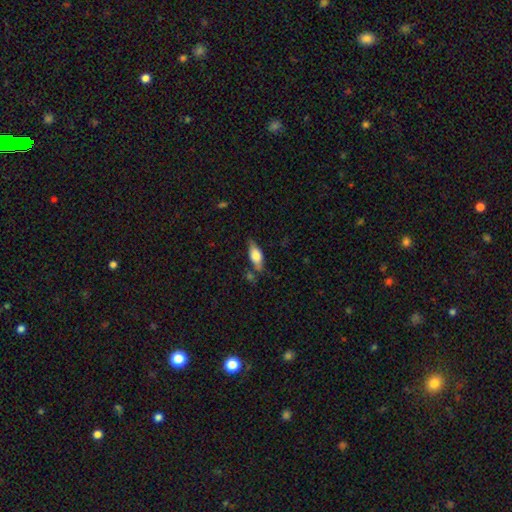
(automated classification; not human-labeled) The model was most divided on "smooth or featured": smooth: 65%, featured or disk: 29%, star or artifact: 6%. More confident: how rounded — in between (74%); merging — none (67%).